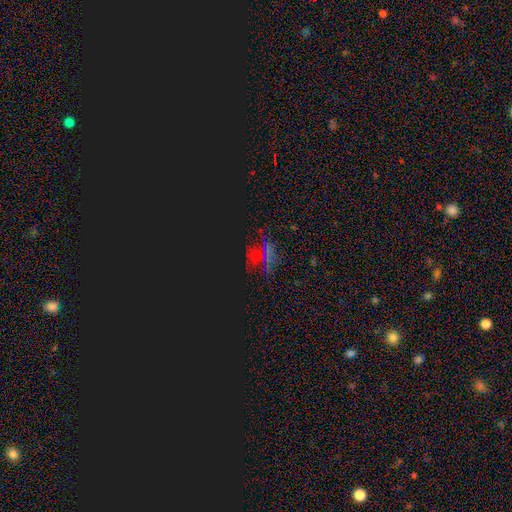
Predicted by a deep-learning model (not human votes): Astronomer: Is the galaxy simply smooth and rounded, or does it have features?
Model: star or artifact — 69%.